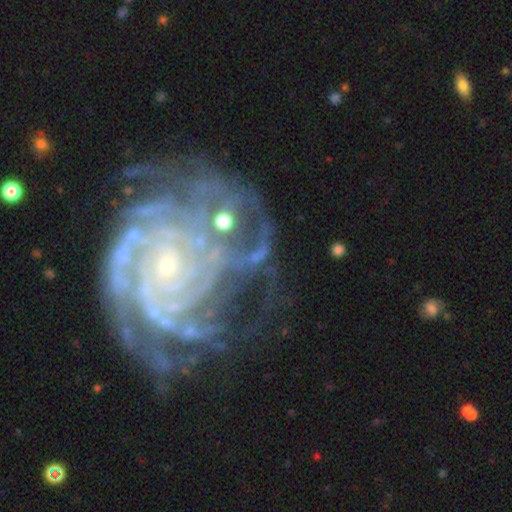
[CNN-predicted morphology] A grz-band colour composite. It shows a featured or disk galaxy (73%) with no bar (56%), tight (69%) spiral arms (92%) and a small central bulge (61%). Merging: none (55%).